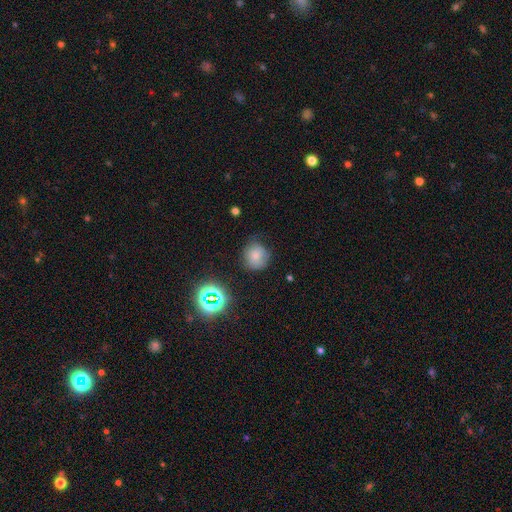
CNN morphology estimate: Smooth or featured? smooth (72%)
How rounded? round (85%)
Merging? none (68%)